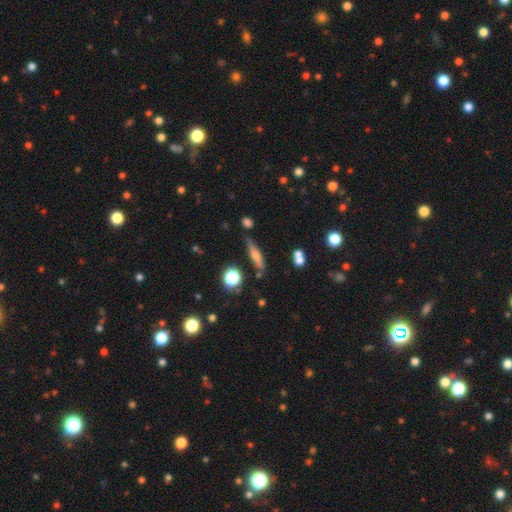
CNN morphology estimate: Smooth or featured?
  - smooth: 49% *
  - featured or disk: 41%
  - star or artifact: 11%
Merging?
  - none: 76% *
  - minor disturbance: 14%
  - merger: 6%
  - major disturbance: 4%